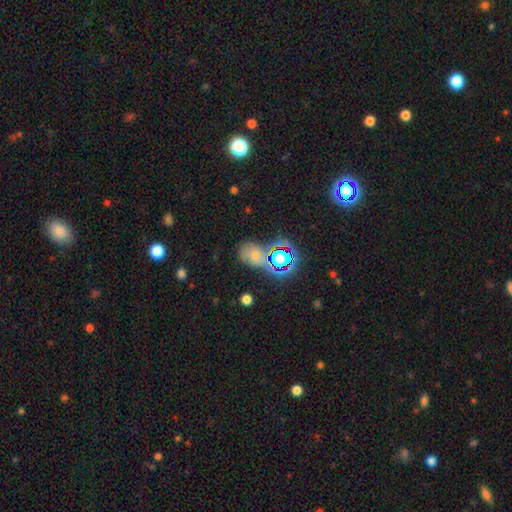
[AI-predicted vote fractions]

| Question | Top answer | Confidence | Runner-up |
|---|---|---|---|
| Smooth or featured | smooth | 48% | star or artifact (33%) |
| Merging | none | 55% | minor disturbance (22%) |